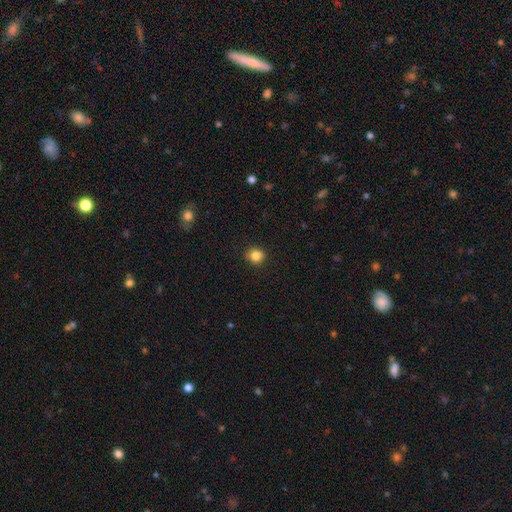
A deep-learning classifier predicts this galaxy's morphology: Smooth or featured: smooth — 85% (star or artifact — 11%)
How rounded: round — 88% (in between — 11%)
Merging: none — 89% (minor disturbance — 8%)